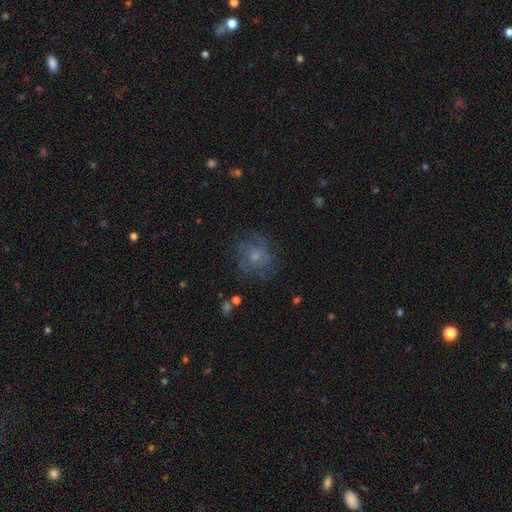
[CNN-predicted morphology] The model was most divided on "smooth or featured": smooth: 44%, featured or disk: 42%, star or artifact: 14%. More confident: merging — none (69%).